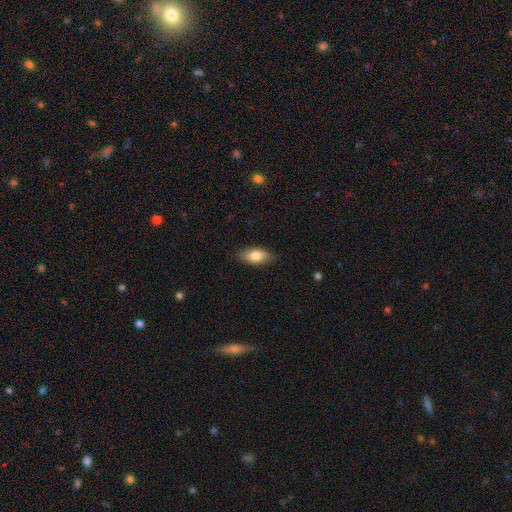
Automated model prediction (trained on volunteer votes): Smooth or featured? Predicted: smooth (p=0.81). How rounded? Predicted: in between (p=0.88). Merging? Predicted: none (p=0.85).